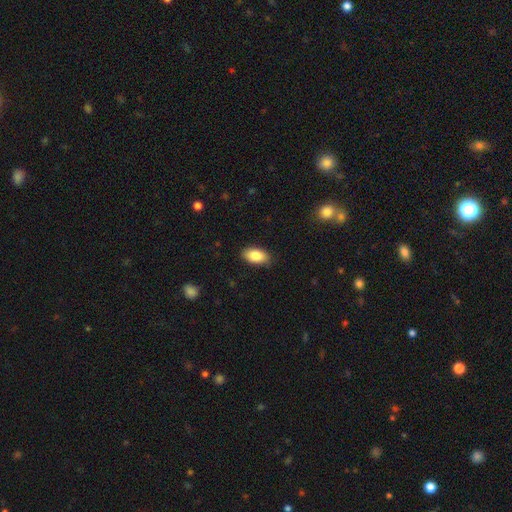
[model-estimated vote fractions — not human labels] Overall: smooth (86%). How rounded: in between (93%). Merging: none (85%).